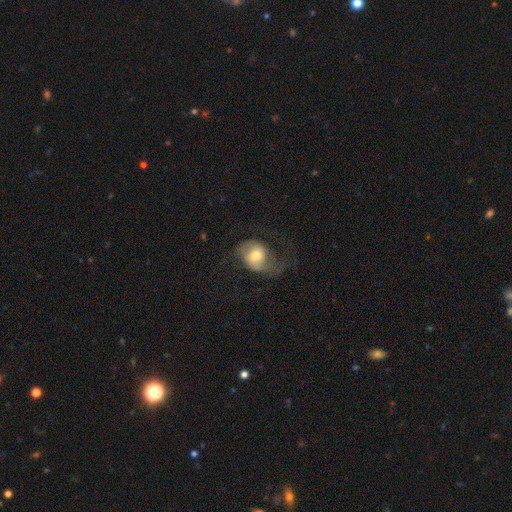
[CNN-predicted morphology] Q: Smooth or featured?
A: featured or disk (52%); runner-up: smooth (41%)
Q: Edge-on disk?
A: no (96%); runner-up: yes (4%)
Q: Merging?
A: none (44%); runner-up: major disturbance (34%)